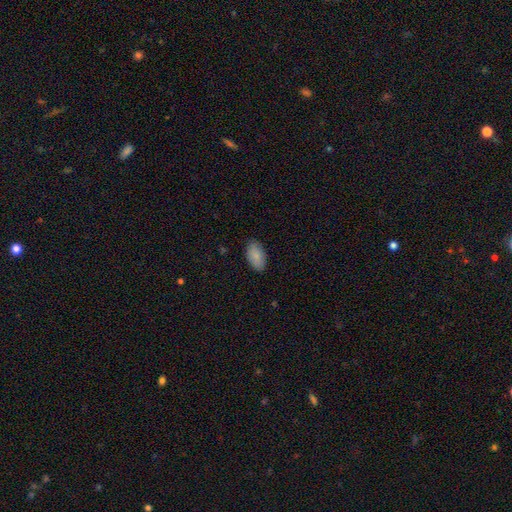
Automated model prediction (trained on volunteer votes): Q: Smooth or featured?
A: smooth (87%); runner-up: featured or disk (7%)
Q: How rounded?
A: in between (94%); runner-up: round (3%)
Q: Merging?
A: none (86%); runner-up: minor disturbance (11%)